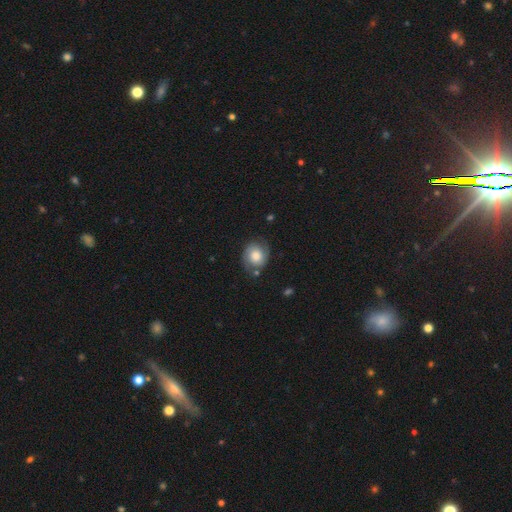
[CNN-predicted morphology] Smooth or featured? featured or disk (47%)
Merging? none (70%)